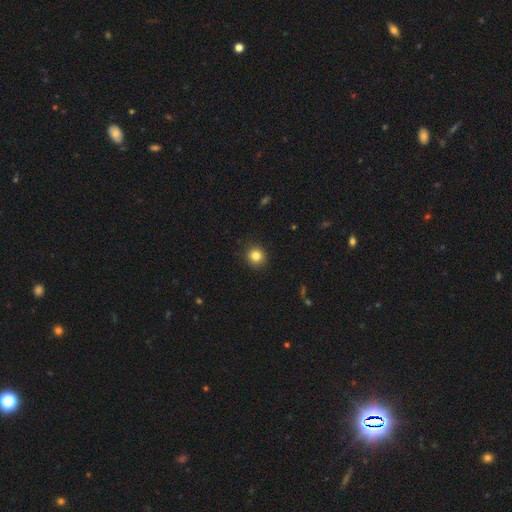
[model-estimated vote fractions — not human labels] Smooth or featured? Predicted: smooth (p=0.84). How rounded? Predicted: round (p=0.90). Merging? Predicted: none (p=0.91).